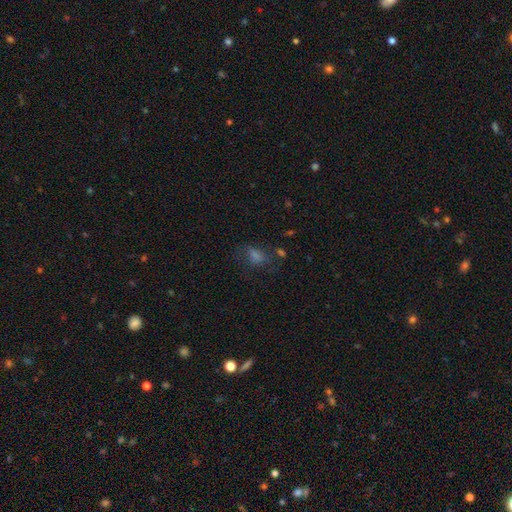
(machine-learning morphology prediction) Q: Smooth or featured?
A: smooth (49%); runner-up: star or artifact (32%)
Q: Merging?
A: none (57%); runner-up: minor disturbance (20%)